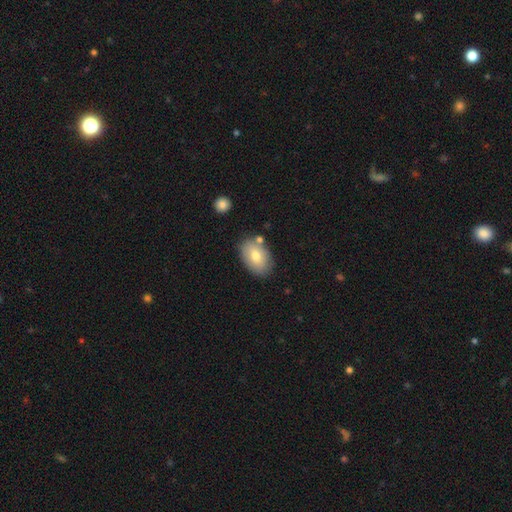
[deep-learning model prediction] Smooth or featured? Predicted: smooth (p=0.75). How rounded? Predicted: in between (p=0.88). Merging? Predicted: none (p=0.78).